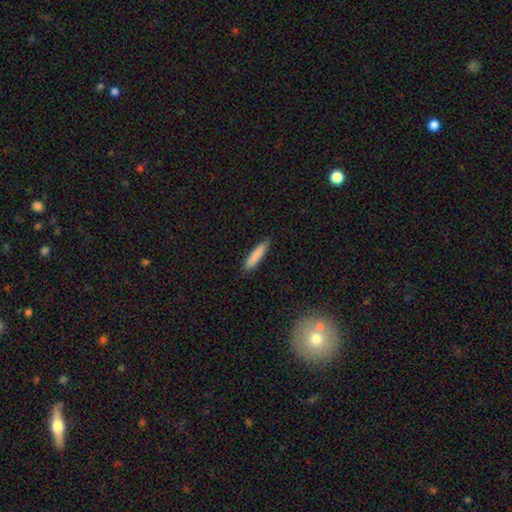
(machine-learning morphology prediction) A smooth galaxy with no disk features (85%) that is cigar-shaped (86%).

Vote fractions:
- Smooth or featured? smooth: 85% / featured or disk: 9% / star or artifact: 6%
- How rounded? cigar-shaped: 86% / in between: 12% / round: 1%
- Merging? none: 89% / minor disturbance: 8% / major disturbance: 2% / merger: 1%